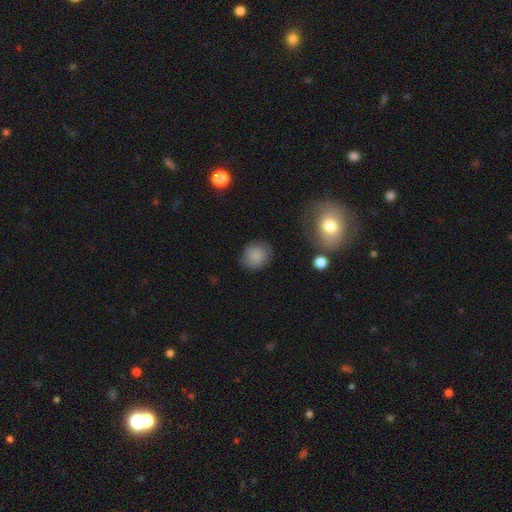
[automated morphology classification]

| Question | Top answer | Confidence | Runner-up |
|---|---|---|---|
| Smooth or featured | smooth | 85% | star or artifact (9%) |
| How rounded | round | 82% | in between (17%) |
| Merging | none | 83% | minor disturbance (12%) |